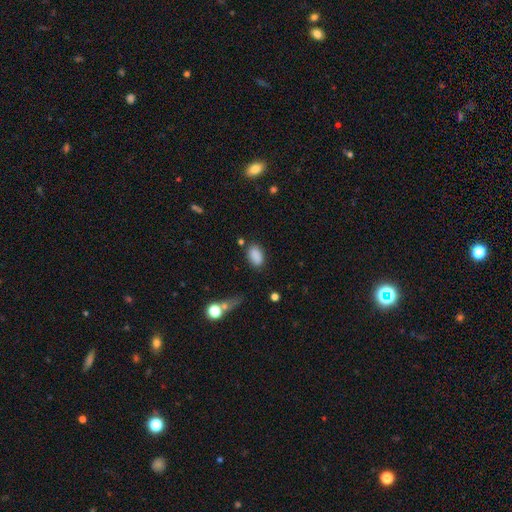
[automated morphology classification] A smooth galaxy with no disk features (87%) that is in between round and cigar-shaped (91%). Merging: none (79%).